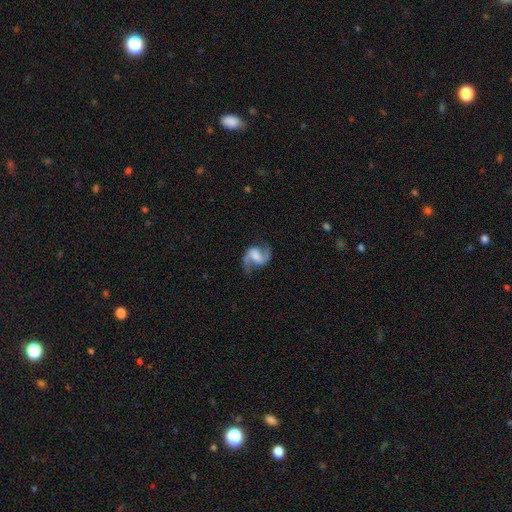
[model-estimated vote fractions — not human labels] Smooth or featured? featured or disk (85%)
Edge-on disk? no (98%)
Bar? weak (47%)
Spiral arms? yes (96%)
Spiral winding? loose (49%)
Spiral arm count? 2 (93%)
Bulge size? moderate (29%)
Merging? none (74%)